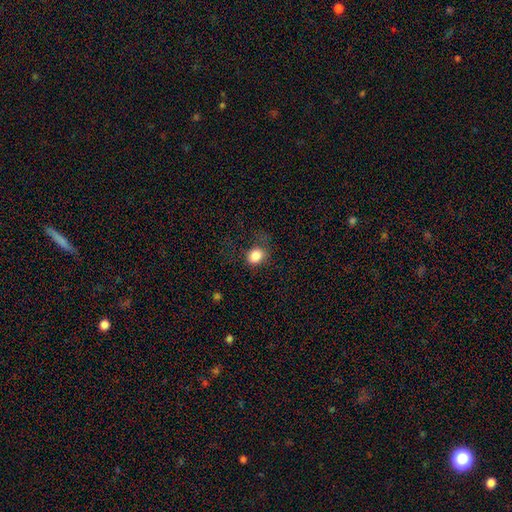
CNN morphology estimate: Smooth or featured? smooth (84%)
How rounded? round (65%)
Merging? none (59%)